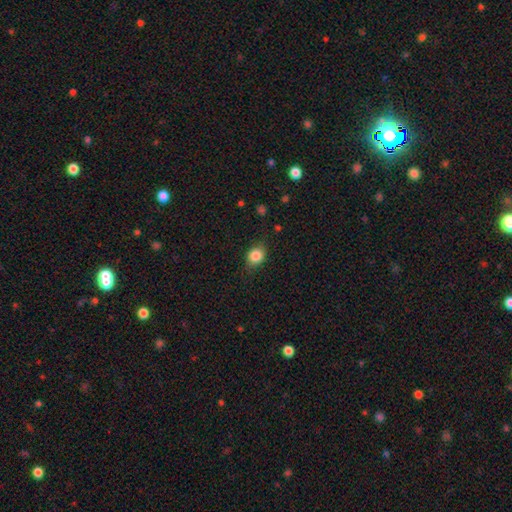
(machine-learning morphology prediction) type=smooth (84%); roundness=round (58%); merging=none (79%).